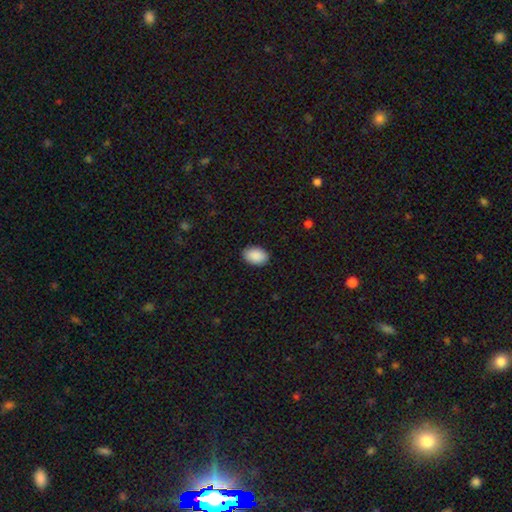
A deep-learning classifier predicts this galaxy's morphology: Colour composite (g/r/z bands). It shows a smooth galaxy with no disk features (91%) that is in between round and cigar-shaped (89%). Merging: none (89%).